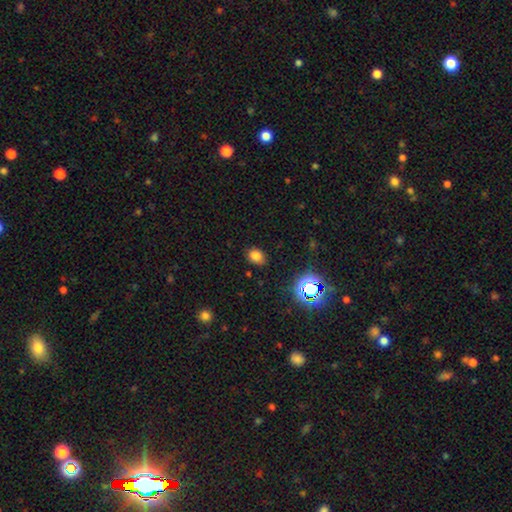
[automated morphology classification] smooth_or_featured: smooth (p=0.76) [alt: star or artifact p=0.18]
how_rounded: in between (p=0.60) [alt: round p=0.39]
merging: none (p=0.82) [alt: minor disturbance p=0.13]